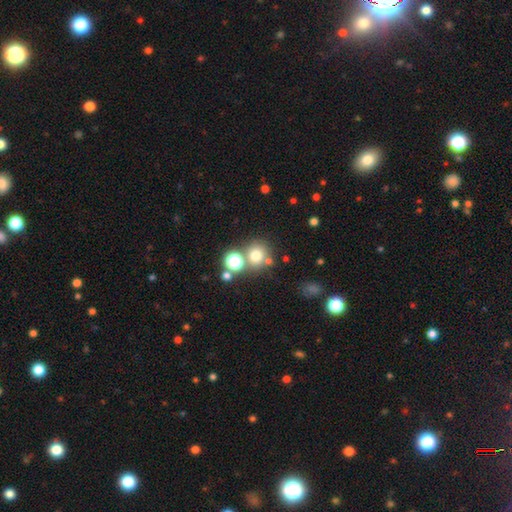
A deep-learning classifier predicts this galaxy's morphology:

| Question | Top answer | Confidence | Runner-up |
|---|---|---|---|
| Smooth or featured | smooth | 71% | star or artifact (19%) |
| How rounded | round | 85% | in between (14%) |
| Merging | none | 65% | merger (21%) |